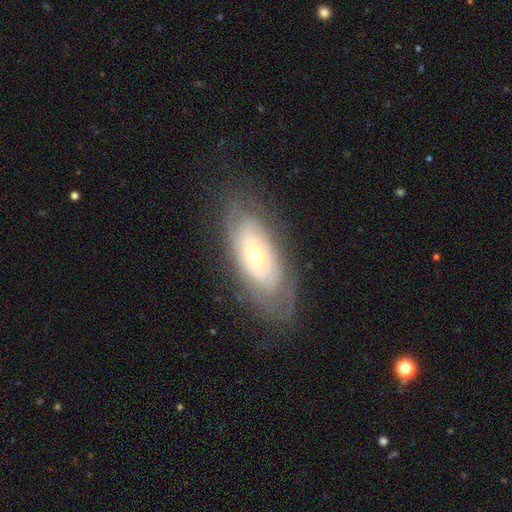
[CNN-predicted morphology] This is likely a featured or disk galaxy (73%). It is clearly not viewed edge-on (89%). Bar: clearly no (82%). Spiral arm pattern: likely yes (77%). Central bulge: possibly small (49%). Merging: likely none (74%).